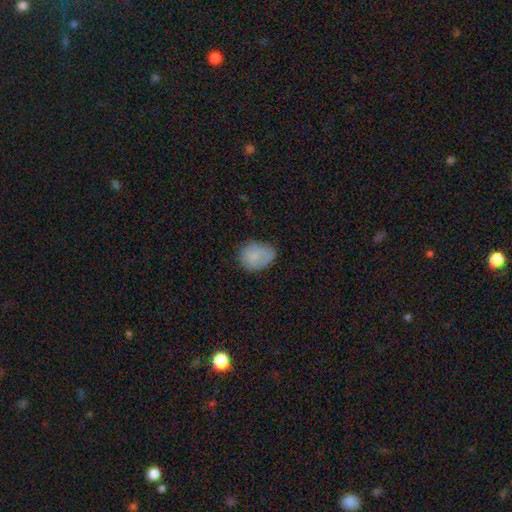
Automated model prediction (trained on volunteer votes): Overall: smooth (77%). How rounded: in between (57%; round 42%). Merging: none (54%; minor disturbance 34%).